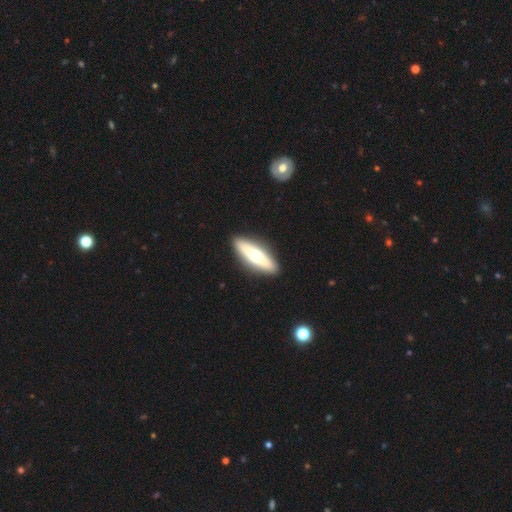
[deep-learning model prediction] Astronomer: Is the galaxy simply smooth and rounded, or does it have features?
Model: smooth — 51% (runner-up: featured or disk, 43%).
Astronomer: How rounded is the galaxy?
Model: cigar-shaped — 55% (runner-up: in between, 42%).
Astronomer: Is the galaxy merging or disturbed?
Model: none — 91%.